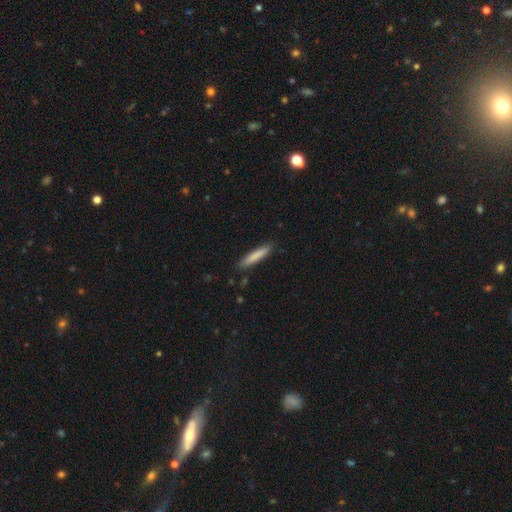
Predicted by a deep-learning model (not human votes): Morphology: type=smooth (81%); roundness=cigar-shaped (91%); merging=none (88%).